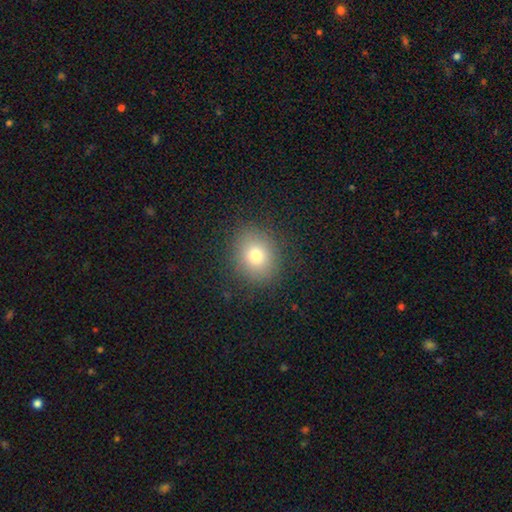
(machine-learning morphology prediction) A smooth galaxy with no disk features (78%) that is round (70%). Merging: none (88%).